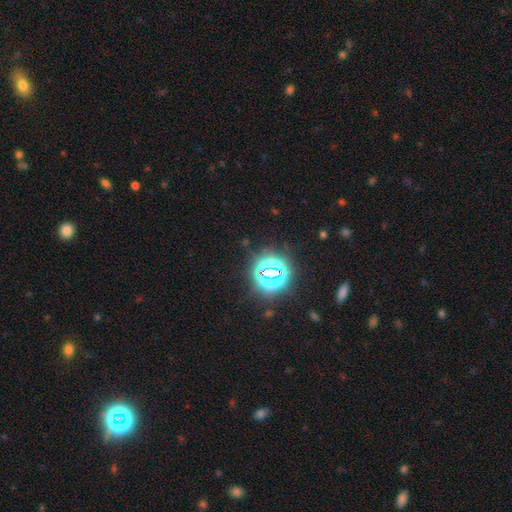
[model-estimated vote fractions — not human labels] A star or artifact, not a galaxy (77%).